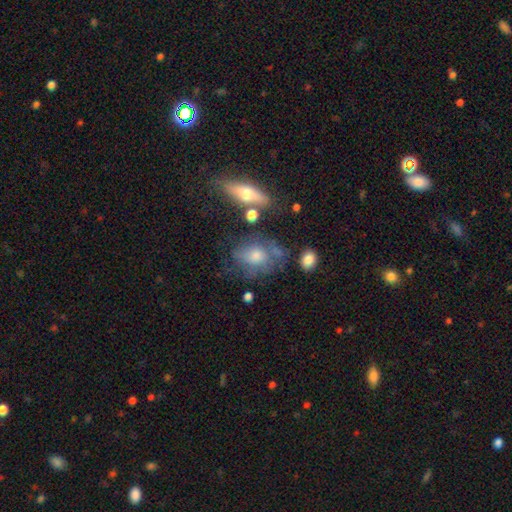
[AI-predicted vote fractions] Q: Smooth or featured?
A: smooth (46%); runner-up: featured or disk (42%)
Q: Merging?
A: none (49%); runner-up: minor disturbance (25%)